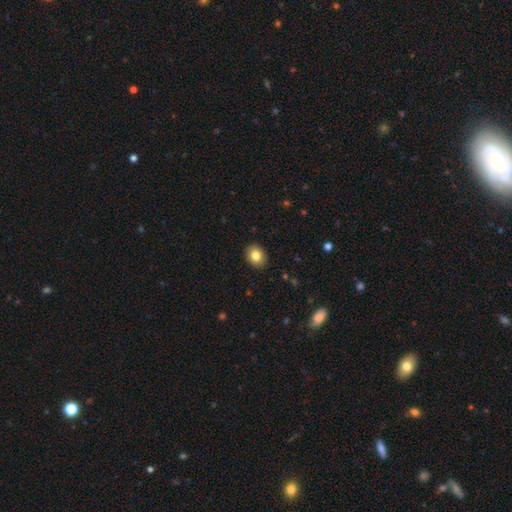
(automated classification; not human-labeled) smooth_or_featured: smooth (p=0.84) [alt: star or artifact p=0.09]
how_rounded: round (p=0.50) [alt: in between p=0.49]
merging: none (p=0.90) [alt: minor disturbance p=0.07]